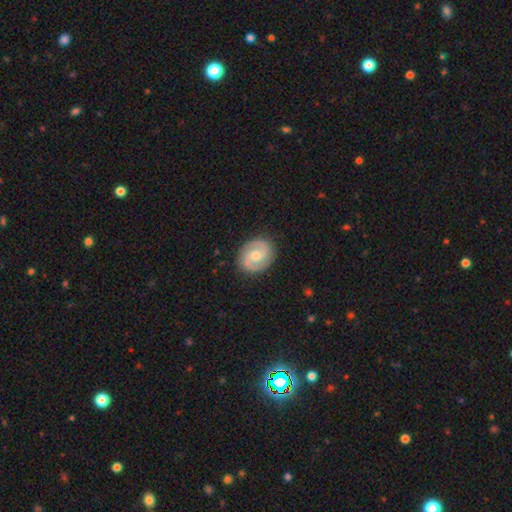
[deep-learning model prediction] Smooth or featured? featured or disk (82%)
Edge-on disk? no (98%)
Bar? no (50%)
Spiral arms? yes (95%)
Spiral winding? medium (48%)
Spiral arm count? 2 (92%)
Bulge size? moderate (63%)
Merging? none (87%)